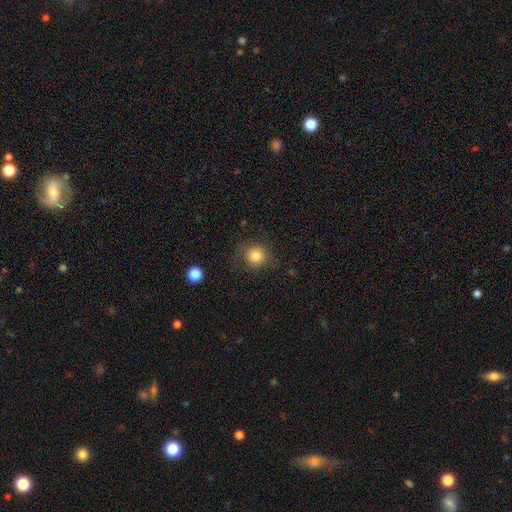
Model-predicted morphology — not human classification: Smooth or featured?
  - smooth: 83% *
  - star or artifact: 11%
  - featured or disk: 6%
How rounded?
  - round: 92% *
  - in between: 8%
  - cigar-shaped: 1%
Merging?
  - none: 85% *
  - minor disturbance: 10%
  - major disturbance: 4%
  - merger: 1%